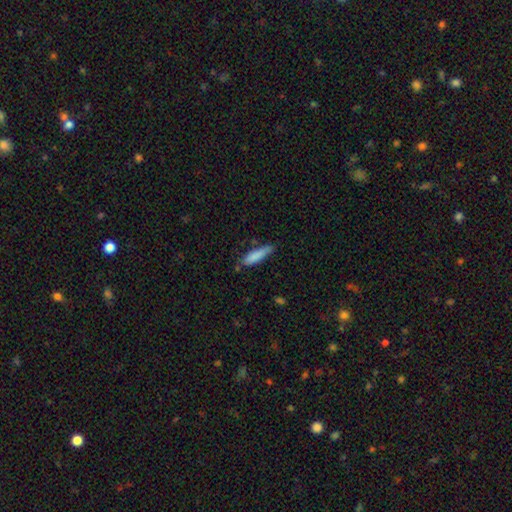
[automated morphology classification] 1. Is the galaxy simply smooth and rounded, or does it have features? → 82% smooth, 12% featured or disk, 6% star or artifact.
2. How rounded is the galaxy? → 73% cigar-shaped, 25% in between, 1% round.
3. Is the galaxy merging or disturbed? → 61% none, 29% minor disturbance, 5% major disturbance, 4% merger.